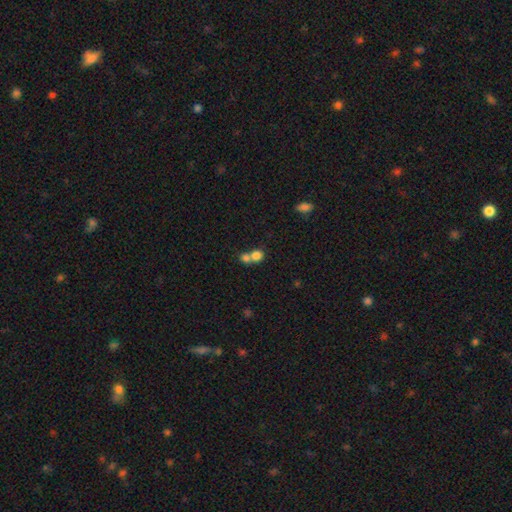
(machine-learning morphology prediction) Smooth or featured?
  - smooth: 79% *
  - star or artifact: 11%
  - featured or disk: 10%
How rounded?
  - round: 76% *
  - in between: 22%
  - cigar-shaped: 1%
Merging?
  - merger: 60% *
  - none: 31%
  - minor disturbance: 5%
  - major disturbance: 3%